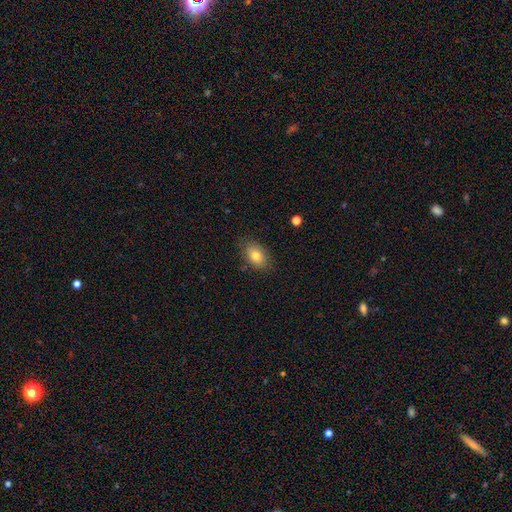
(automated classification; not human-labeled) This appears to be a smooth galaxy with no disk features (79%) that is in between round and cigar-shaped (85%). Merging: none (82%).